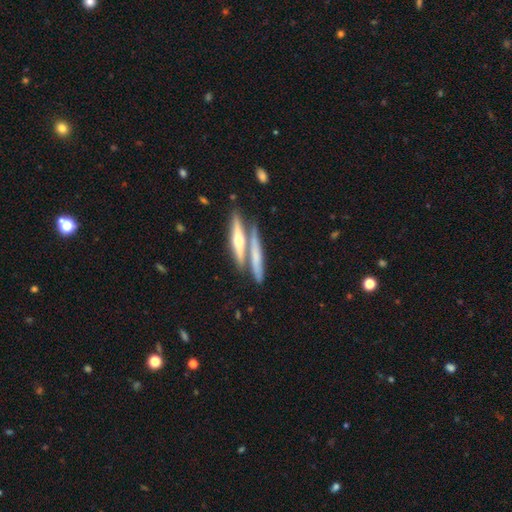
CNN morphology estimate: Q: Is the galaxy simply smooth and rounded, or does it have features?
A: featured or disk — 61%.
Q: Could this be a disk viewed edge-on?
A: yes — 92%.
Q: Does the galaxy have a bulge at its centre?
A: rounded — 79%.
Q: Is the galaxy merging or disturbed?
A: none — 59%.